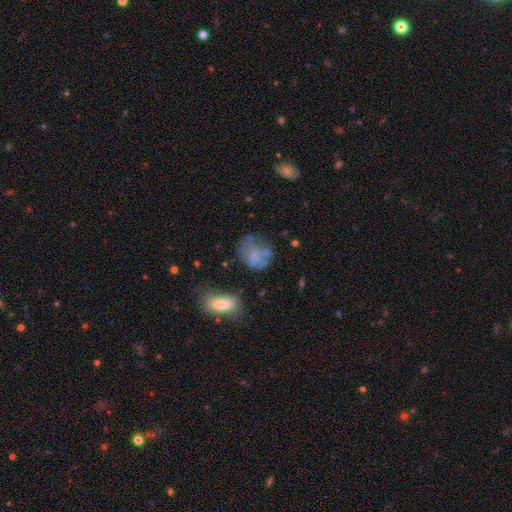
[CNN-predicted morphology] smooth 56%, featured or disk 31%, star or artifact 13%. Down the decision tree: how rounded — in between (51%); merging — none (46%).